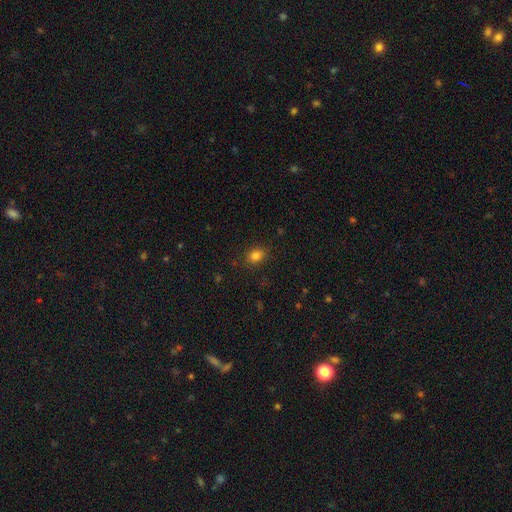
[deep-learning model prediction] Q: Smooth or featured?
A: smooth (81%); runner-up: star or artifact (12%)
Q: How rounded?
A: in between (56%); runner-up: round (42%)
Q: Merging?
A: none (85%); runner-up: minor disturbance (11%)